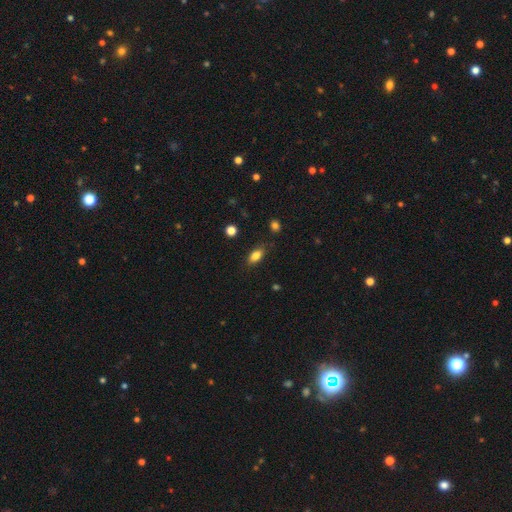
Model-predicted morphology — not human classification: smooth 83%, star or artifact 9%, featured or disk 7%. Down the decision tree: how rounded — in between (85%); merging — none (82%).